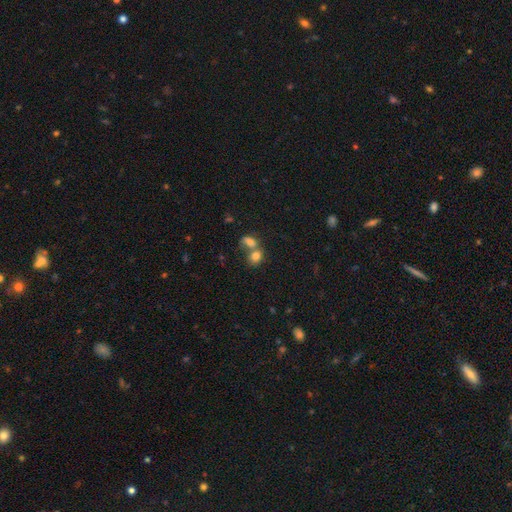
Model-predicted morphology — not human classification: Smooth or featured?
  - smooth: 79% *
  - featured or disk: 11%
  - star or artifact: 11%
How rounded?
  - in between: 56% *
  - round: 42%
  - cigar-shaped: 2%
Merging?
  - merger: 58% *
  - none: 29%
  - minor disturbance: 8%
  - major disturbance: 4%